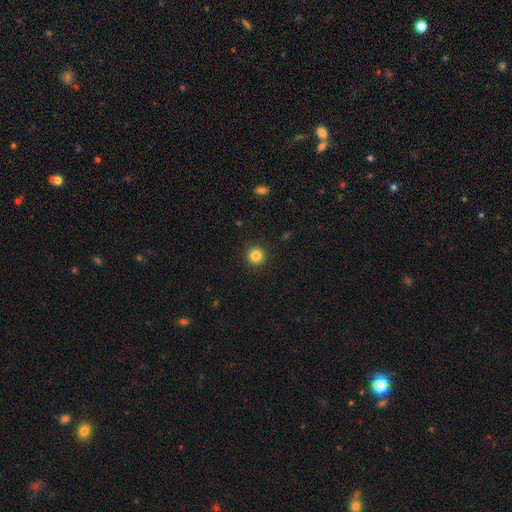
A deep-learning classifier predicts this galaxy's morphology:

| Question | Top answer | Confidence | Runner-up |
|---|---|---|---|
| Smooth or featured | smooth | 85% | star or artifact (11%) |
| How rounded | round | 95% | in between (4%) |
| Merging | none | 92% | minor disturbance (5%) |